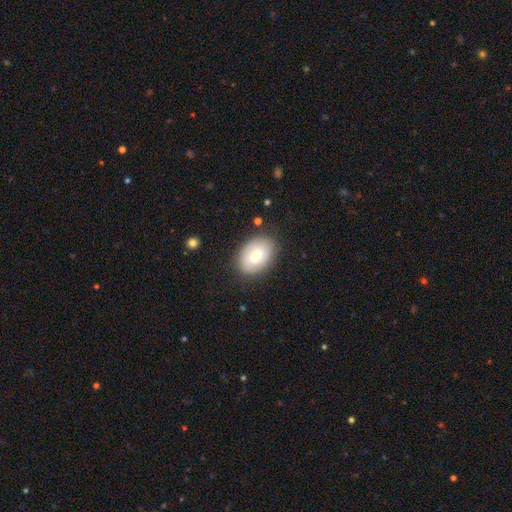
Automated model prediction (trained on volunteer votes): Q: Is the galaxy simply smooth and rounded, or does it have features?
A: smooth — 70%.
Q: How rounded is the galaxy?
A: in between — 85%.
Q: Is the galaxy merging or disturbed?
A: none — 82%.